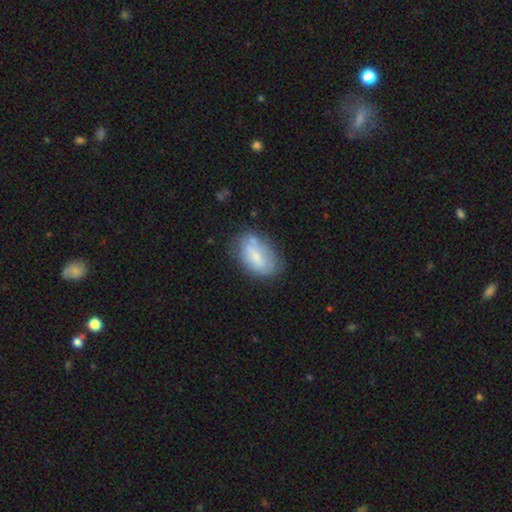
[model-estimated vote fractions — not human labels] smooth-or-featured: smooth: 67% | featured or disk: 26% | star or artifact: 8%
  how-rounded: in between: 91% | round: 7% | cigar-shaped: 2%
  merging: none: 55% | minor disturbance: 28% | major disturbance: 9% | merger: 9%